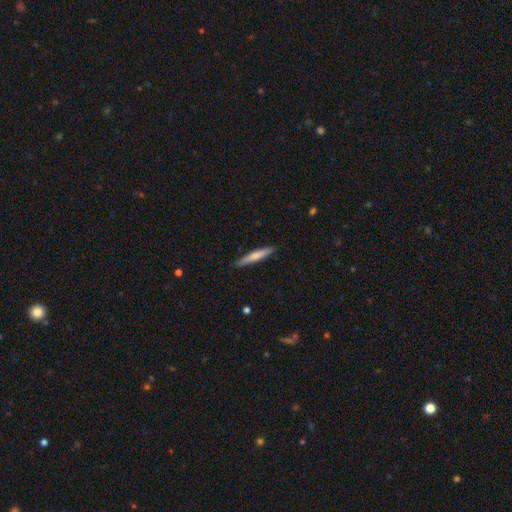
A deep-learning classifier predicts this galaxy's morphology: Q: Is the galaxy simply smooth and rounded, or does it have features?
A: smooth — 65%.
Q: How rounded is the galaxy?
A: cigar-shaped — 93%.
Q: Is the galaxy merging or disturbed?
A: none — 89%.